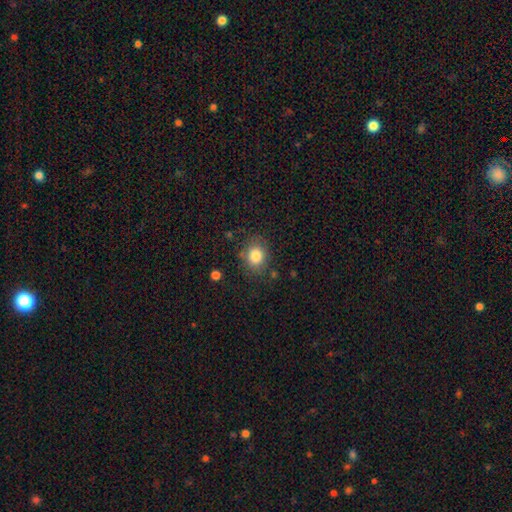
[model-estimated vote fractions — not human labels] This appears to be a smooth galaxy with no disk features (82%) that is round (66%). Merging: none (79%).